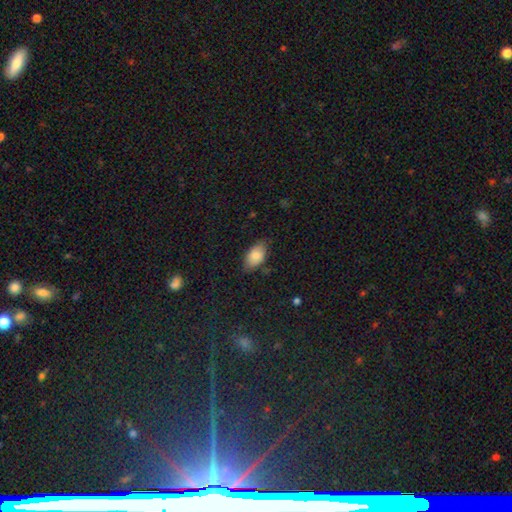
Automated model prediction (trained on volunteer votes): A smooth galaxy with no disk features (81%) that is in between round and cigar-shaped (93%).

Vote fractions:
- Smooth or featured? smooth: 81% / featured or disk: 11% / star or artifact: 8%
- How rounded? in between: 93% / round: 5% / cigar-shaped: 3%
- Merging? none: 75% / minor disturbance: 19% / major disturbance: 4% / merger: 1%